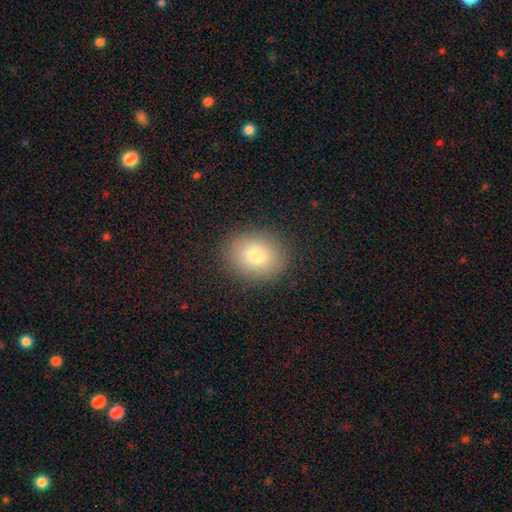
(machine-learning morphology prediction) The model was most divided on "how rounded": round: 59%, in between: 40%, cigar-shaped: 1%. More confident: merging — none (89%); smooth or featured — smooth (78%).